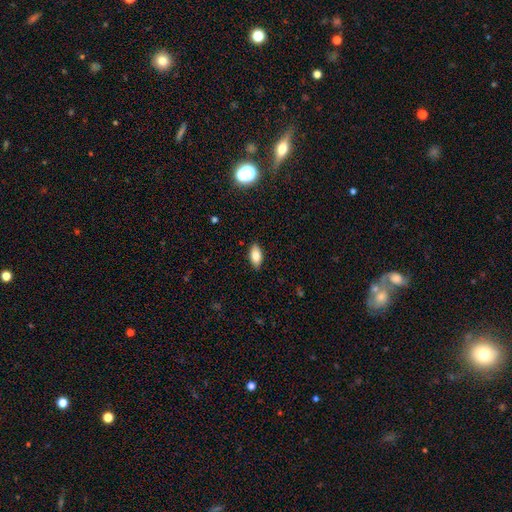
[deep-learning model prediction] Overall: smooth (80%). How rounded: in between (89%). Merging: none (88%).